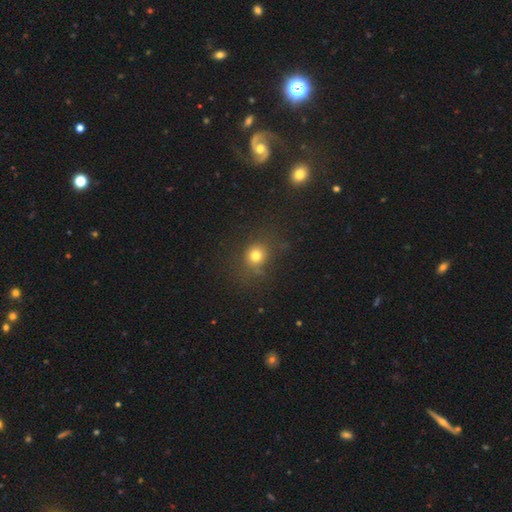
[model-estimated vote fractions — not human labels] Smooth or featured? smooth (74%)
How rounded? round (81%)
Merging? none (74%)